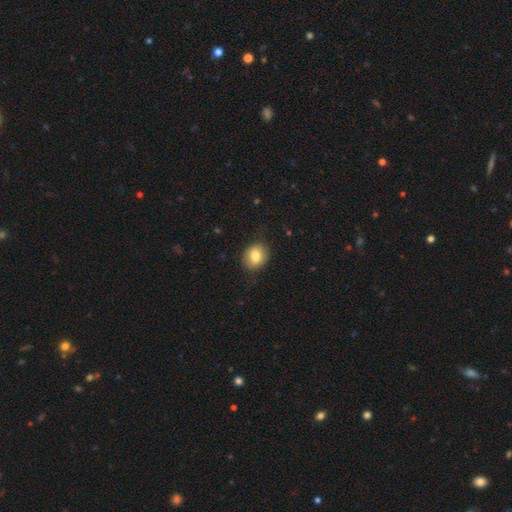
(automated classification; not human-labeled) A smooth galaxy with no disk features (81%) that is round (58%).

Vote fractions:
- Smooth or featured? smooth: 81% / featured or disk: 10% / star or artifact: 9%
- How rounded? round: 58% / in between: 41% / cigar-shaped: 1%
- Merging? none: 85% / minor disturbance: 12% / major disturbance: 3% / merger: 1%